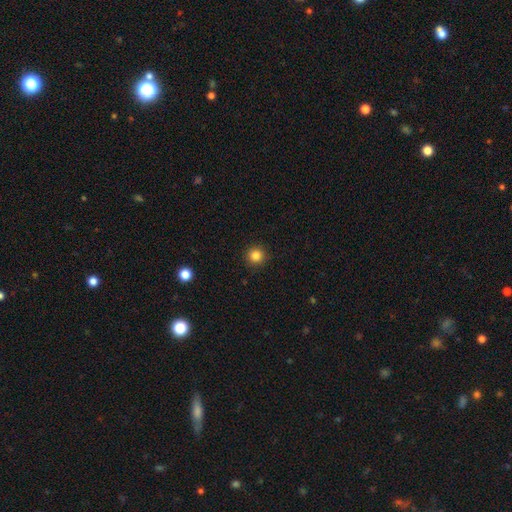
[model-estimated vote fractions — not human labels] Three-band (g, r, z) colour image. It shows a smooth galaxy with no disk features (84%) that is round (94%). Merging: none (92%).